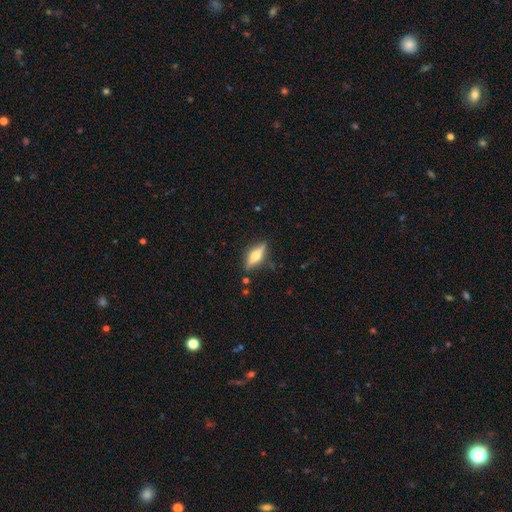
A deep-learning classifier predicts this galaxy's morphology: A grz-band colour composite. It shows a featured or disk galaxy (63%) viewed edge-on (94%) with a rounded central bulge (93%). Merging: none (83%).